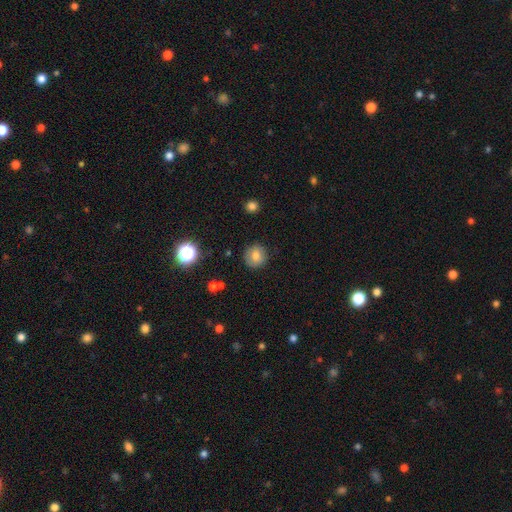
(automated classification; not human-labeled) A smooth galaxy with no disk features (75%) that is round (92%). Merging: none (87%).